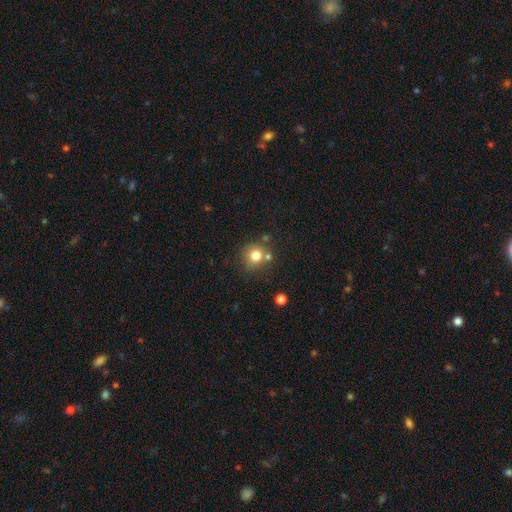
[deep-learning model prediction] Q: Smooth or featured?
A: smooth (77%); runner-up: star or artifact (13%)
Q: How rounded?
A: round (90%); runner-up: in between (10%)
Q: Merging?
A: none (67%); runner-up: merger (18%)